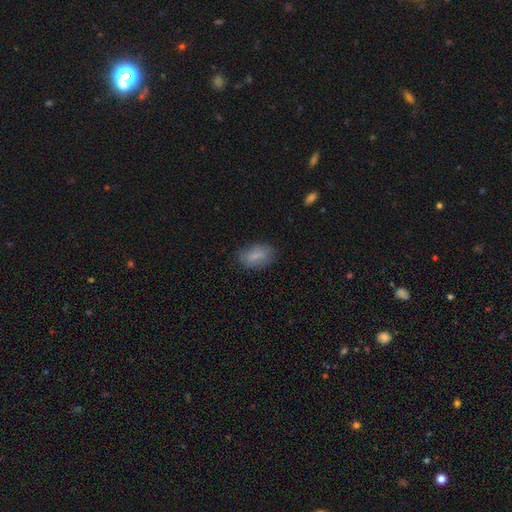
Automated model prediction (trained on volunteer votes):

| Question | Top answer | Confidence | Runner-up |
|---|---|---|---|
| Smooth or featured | smooth | 78% | featured or disk (15%) |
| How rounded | in between | 89% | round (7%) |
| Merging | none | 75% | minor disturbance (18%) |